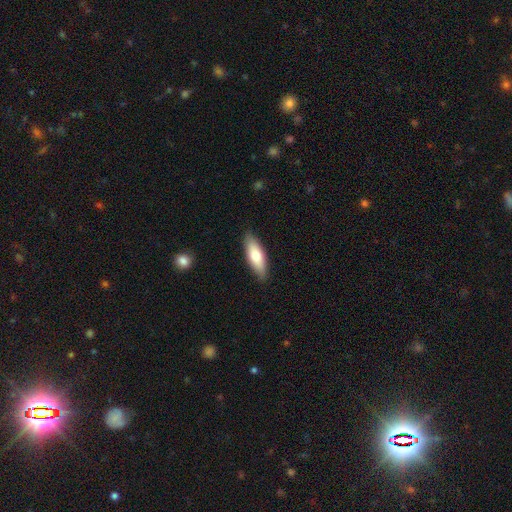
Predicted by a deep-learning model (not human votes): This is likely a smooth galaxy (73%). How rounded: possibly in between (59%). Merging: clearly none (87%).